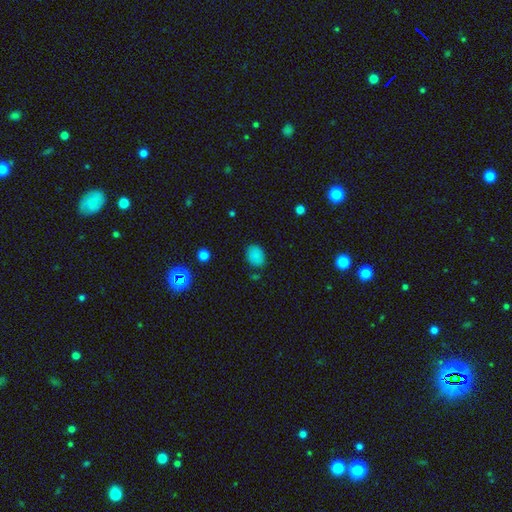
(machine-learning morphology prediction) This is clearly a smooth galaxy (83%). How rounded: likely in between (70%). Merging: likely none (80%).